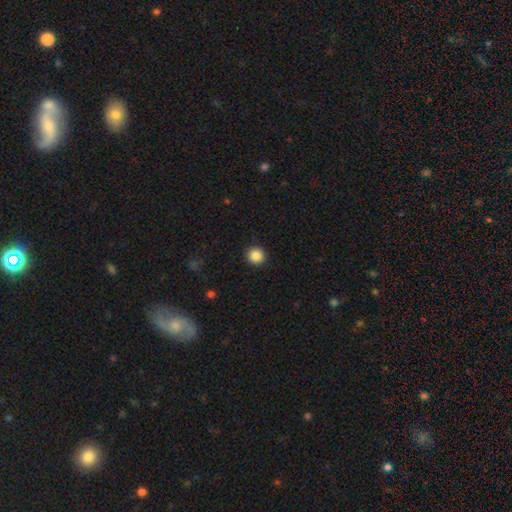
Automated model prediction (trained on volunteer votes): Smooth or featured? Predicted: smooth (p=0.87). How rounded? Predicted: round (p=0.95). Merging? Predicted: none (p=0.93).